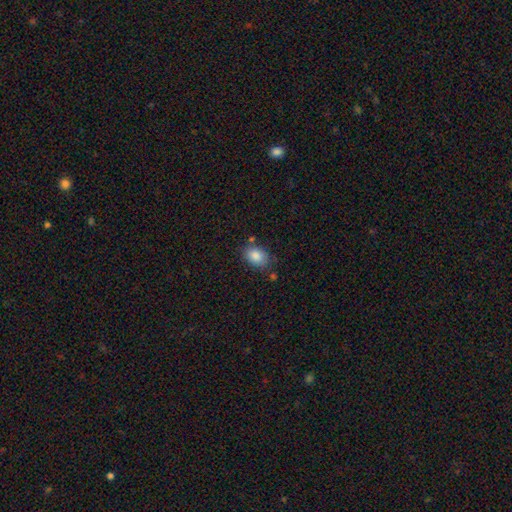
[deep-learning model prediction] A smooth galaxy with no disk features (86%) that is in between round and cigar-shaped (79%). Merging: none (73%).